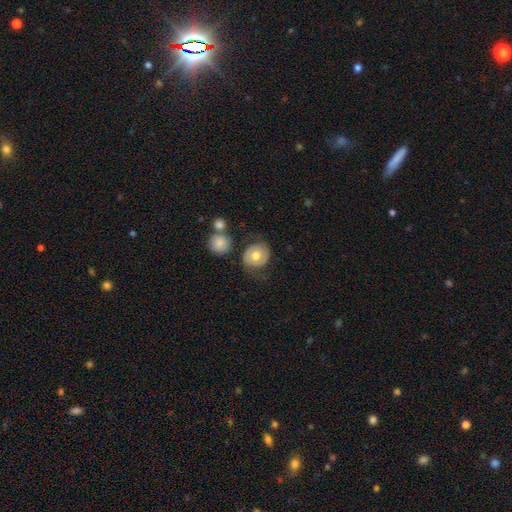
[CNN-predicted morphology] Overall: smooth (47%; featured or disk 46%). Merging: none (64%).